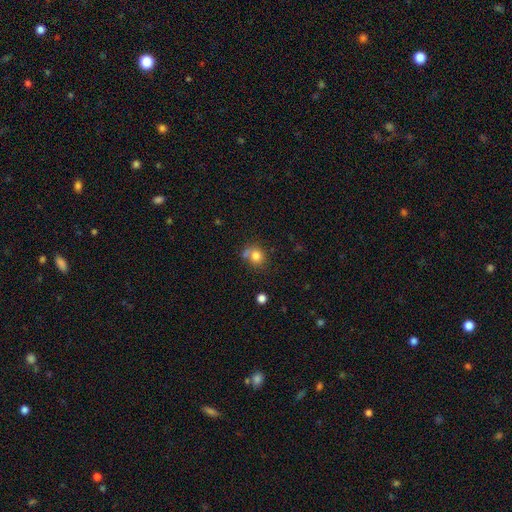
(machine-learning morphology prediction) Q: Smooth or featured?
A: smooth (80%); runner-up: star or artifact (11%)
Q: How rounded?
A: round (73%); runner-up: in between (26%)
Q: Merging?
A: none (54%); runner-up: merger (21%)